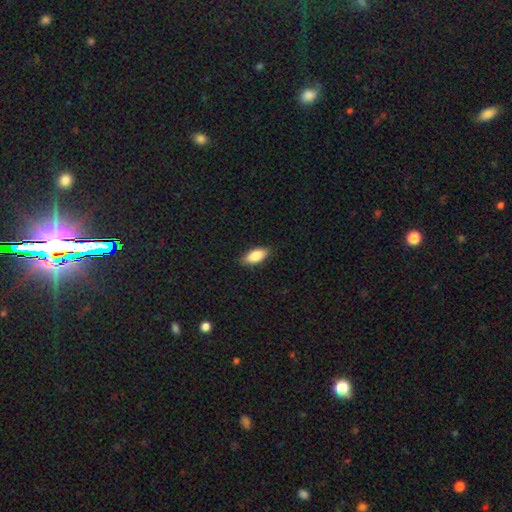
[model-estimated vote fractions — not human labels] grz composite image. It shows a smooth galaxy with no disk features (82%) that is in between round and cigar-shaped (82%). Merging: none (87%).